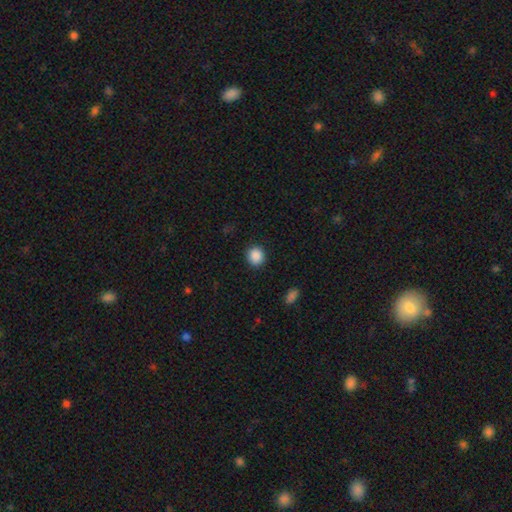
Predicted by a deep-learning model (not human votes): smooth_or_featured: smooth (p=0.89) [alt: star or artifact p=0.09]
how_rounded: round (p=0.87) [alt: in between p=0.12]
merging: none (p=0.91) [alt: minor disturbance p=0.06]